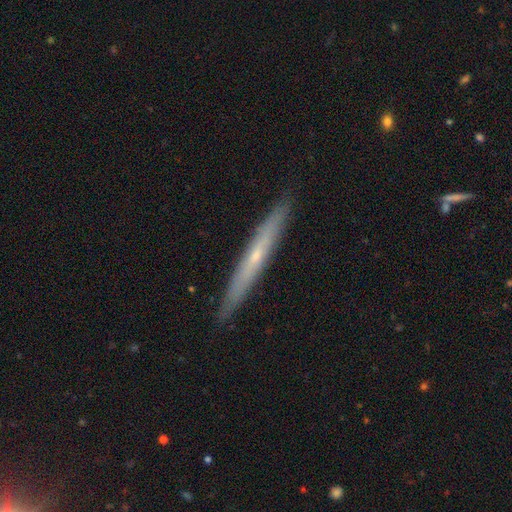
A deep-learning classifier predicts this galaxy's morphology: This appears to be a featured or disk galaxy (62%) viewed edge-on (93%) with a rounded central bulge (53%). Merging: none (90%).